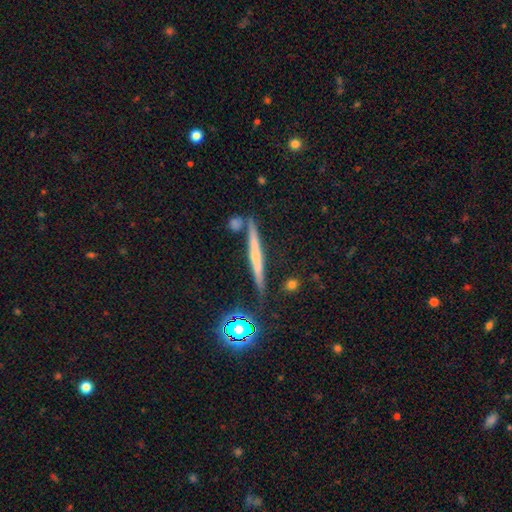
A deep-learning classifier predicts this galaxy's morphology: A featured or disk galaxy (61%) viewed edge-on (97%) with a rounded central bulge (53%).

Vote fractions:
- Smooth or featured? featured or disk: 61% / smooth: 27% / star or artifact: 12%
- Edge-on disk? yes: 97% / no: 3%
- Edge-on bulge? rounded: 53% / none: 39% / boxy: 8%
- Merging? none: 83% / minor disturbance: 9% / merger: 5% / major disturbance: 2%